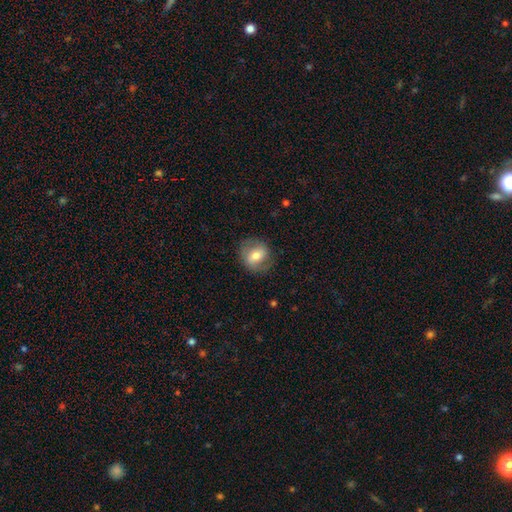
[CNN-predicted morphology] The model was most divided on "smooth or featured": smooth: 55%, featured or disk: 38%, star or artifact: 8%. More confident: merging — none (78%); how rounded — round (67%).